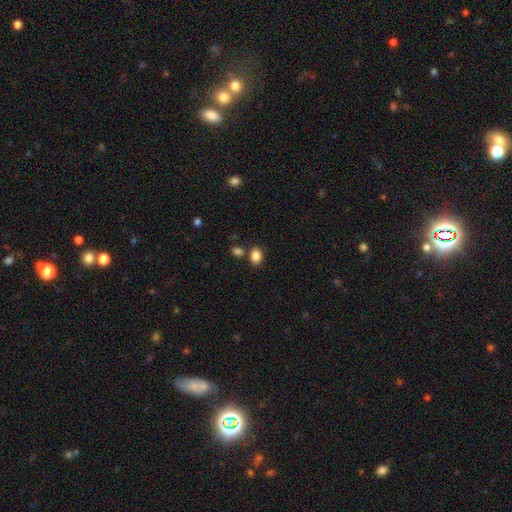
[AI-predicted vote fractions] smooth-or-featured: smooth: 86% | star or artifact: 9% | featured or disk: 4%
  how-rounded: in between: 72% | round: 27% | cigar-shaped: 1%
  merging: none: 73% | merger: 13% | minor disturbance: 11% | major disturbance: 3%